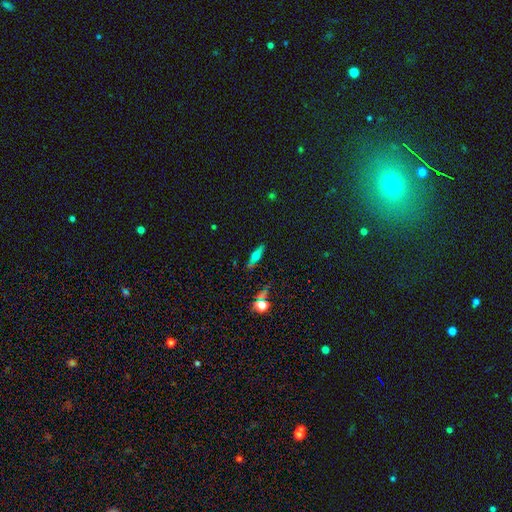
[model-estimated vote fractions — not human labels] The model was most divided on "how rounded": cigar-shaped: 55%, in between: 40%, round: 5%. More confident: merging — none (75%); smooth or featured — smooth (54%).